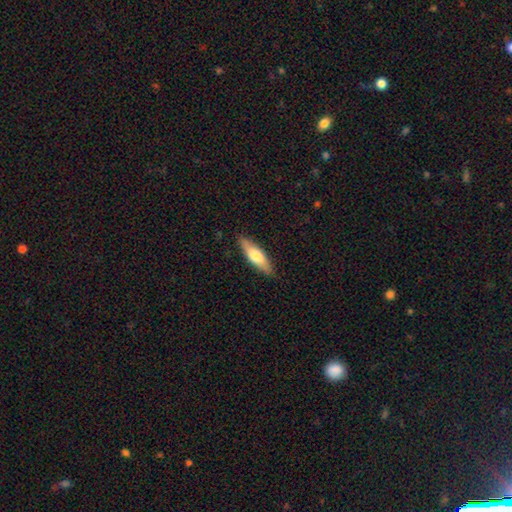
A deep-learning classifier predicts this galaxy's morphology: Smooth or featured?
  - smooth: 63% *
  - featured or disk: 32%
  - star or artifact: 5%
How rounded?
  - cigar-shaped: 60% *
  - in between: 38%
  - round: 2%
Merging?
  - none: 87% *
  - minor disturbance: 10%
  - major disturbance: 2%
  - merger: 1%